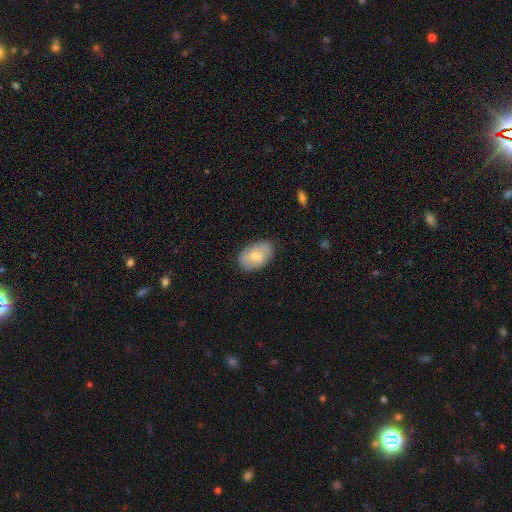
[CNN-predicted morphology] Q: Smooth or featured?
A: smooth (75%); runner-up: featured or disk (18%)
Q: How rounded?
A: in between (91%); runner-up: round (8%)
Q: Merging?
A: none (82%); runner-up: minor disturbance (15%)